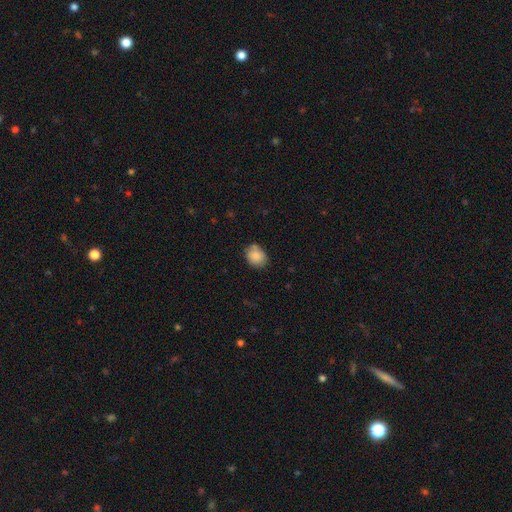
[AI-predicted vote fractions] Smooth or featured?
  - smooth: 85% *
  - star or artifact: 8%
  - featured or disk: 7%
How rounded?
  - round: 52% *
  - in between: 47%
  - cigar-shaped: 1%
Merging?
  - none: 70% *
  - minor disturbance: 20%
  - merger: 5%
  - major disturbance: 4%